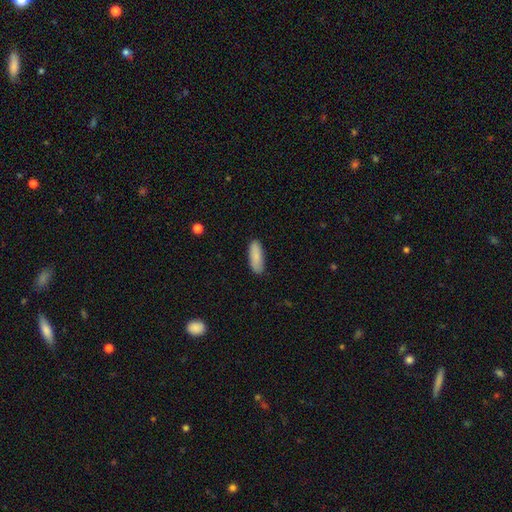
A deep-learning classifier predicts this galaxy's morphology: smooth 87%, featured or disk 8%, star or artifact 6%. Down the decision tree: how rounded — in between (64%); merging — none (86%).